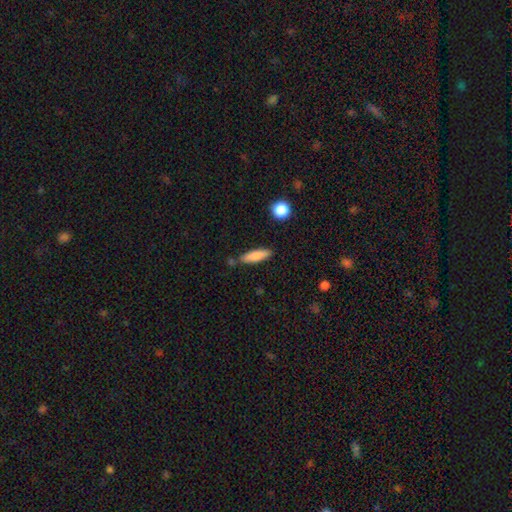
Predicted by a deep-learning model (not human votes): Overall: smooth (82%). How rounded: cigar-shaped (63%; in between 35%). Merging: none (79%).